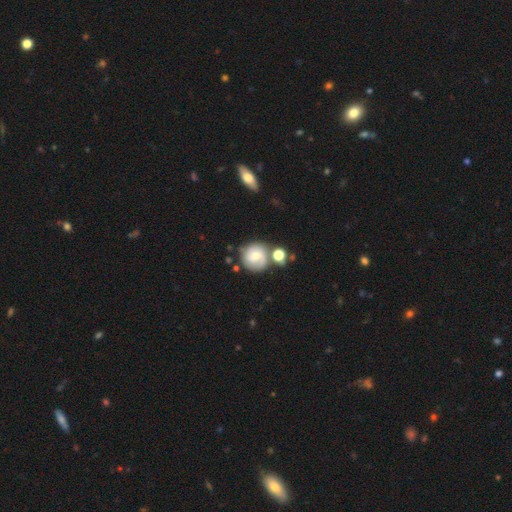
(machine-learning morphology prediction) A featured or disk galaxy (47%).

Vote fractions:
- Smooth or featured? featured or disk: 47% / smooth: 45% / star or artifact: 8%
- Merging? none: 56% / merger: 20% / minor disturbance: 17% / major disturbance: 7%